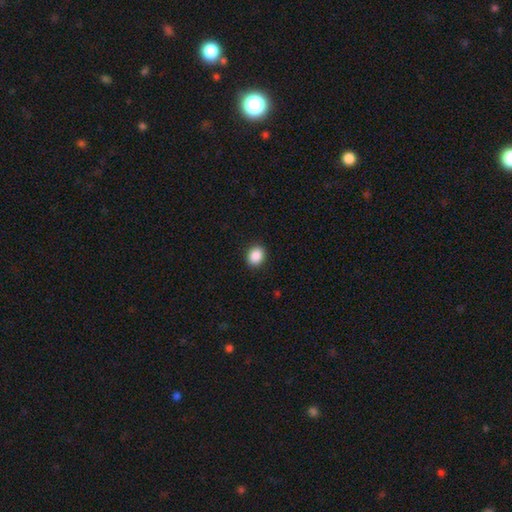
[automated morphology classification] type=smooth (89%); roundness=round (58%); merging=none (91%).